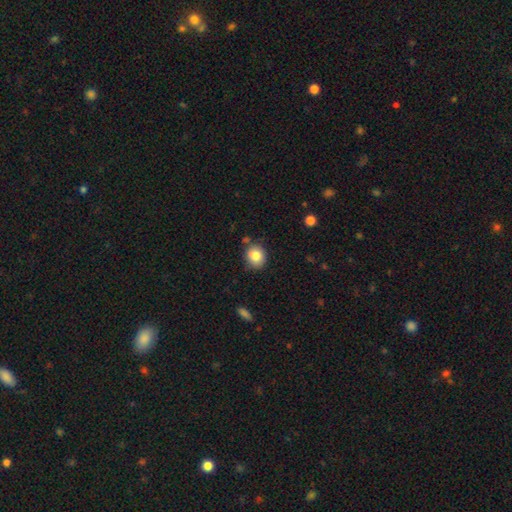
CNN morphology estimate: Smooth or featured: smooth — 82% (star or artifact — 9%)
How rounded: round — 78% (in between — 21%)
Merging: none — 79% (minor disturbance — 13%)